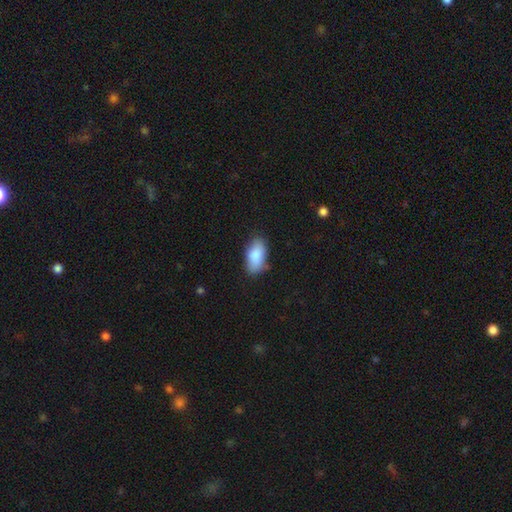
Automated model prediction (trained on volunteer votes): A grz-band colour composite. It shows a smooth galaxy with no disk features (86%) that is in between round and cigar-shaped (93%). Merging: none (75%).